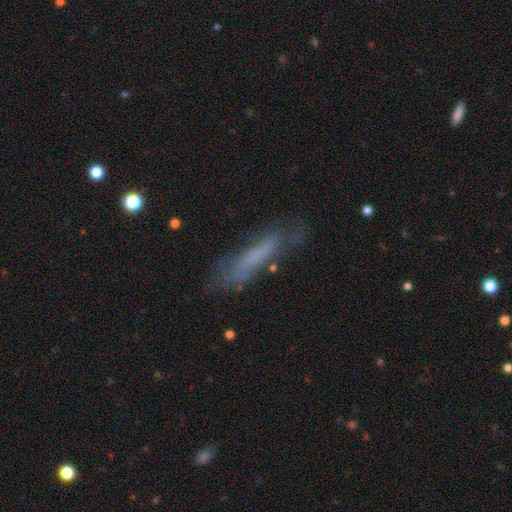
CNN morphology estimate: smooth 53%, featured or disk 36%, star or artifact 11%. Down the decision tree: how rounded — cigar-shaped (83%); merging — none (59%).